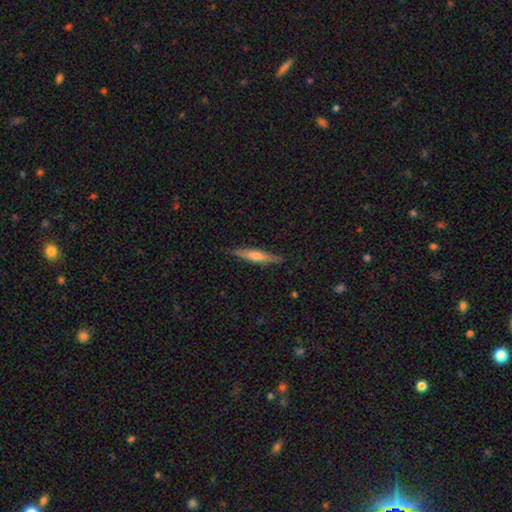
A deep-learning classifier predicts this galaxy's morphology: Smooth or featured? featured or disk (55%)
Edge-on disk? yes (95%)
Edge-on bulge? rounded (76%)
Merging? none (87%)